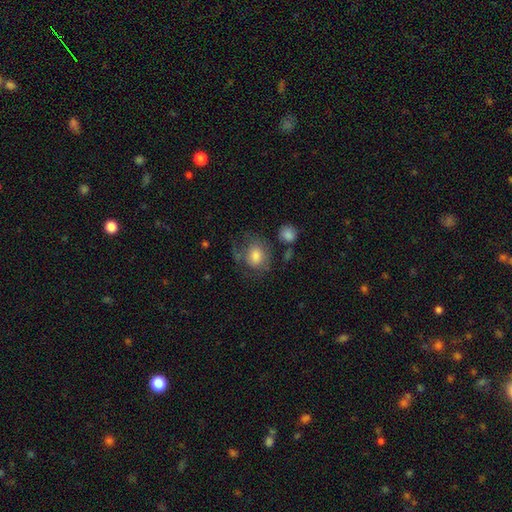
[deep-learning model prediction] smooth-or-featured: smooth: 68% | featured or disk: 23% | star or artifact: 9%
  how-rounded: round: 55% | in between: 44% | cigar-shaped: 1%
  merging: none: 51% | minor disturbance: 23% | major disturbance: 21% | merger: 6%